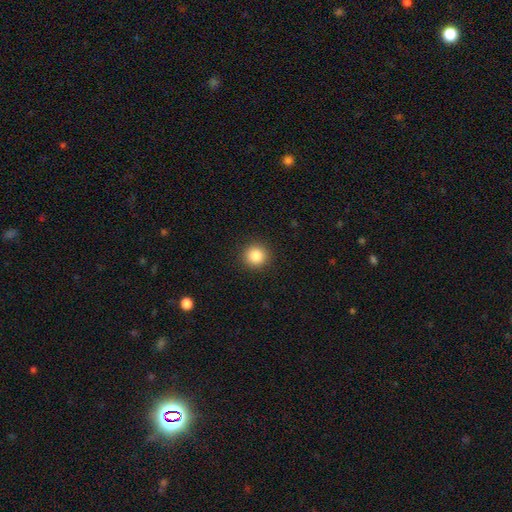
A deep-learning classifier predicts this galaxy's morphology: smooth 86%, star or artifact 10%, featured or disk 4%. Down the decision tree: how rounded — round (94%); merging — none (92%).